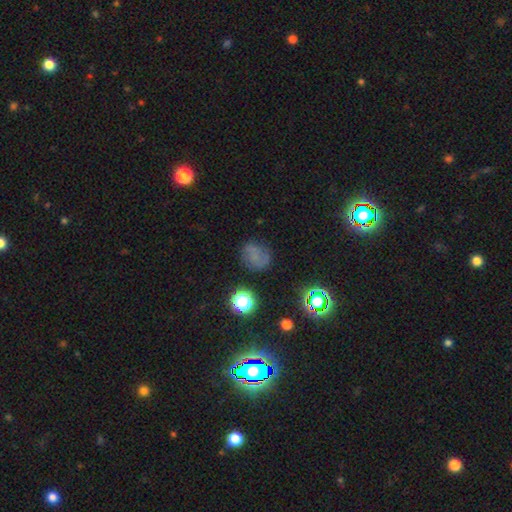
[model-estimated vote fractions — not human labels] A smooth galaxy with no disk features (49%).

Vote fractions:
- Smooth or featured? smooth: 49% / featured or disk: 26% / star or artifact: 24%
- Merging? none: 66% / minor disturbance: 21% / major disturbance: 11% / merger: 3%